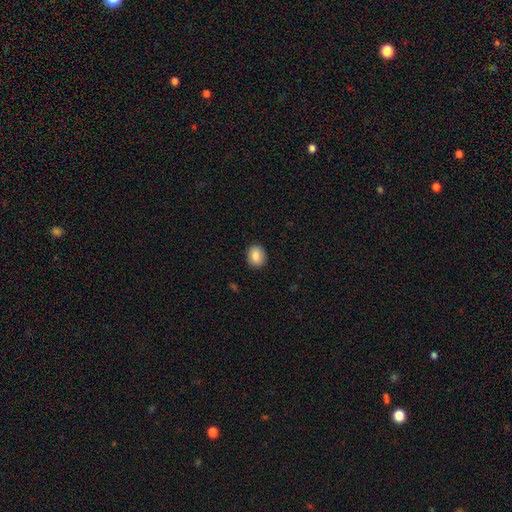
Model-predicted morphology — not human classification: Smooth or featured?
  - smooth: 86% *
  - star or artifact: 8%
  - featured or disk: 6%
How rounded?
  - round: 57% *
  - in between: 42%
  - cigar-shaped: 1%
Merging?
  - none: 89% *
  - minor disturbance: 8%
  - major disturbance: 2%
  - merger: 1%